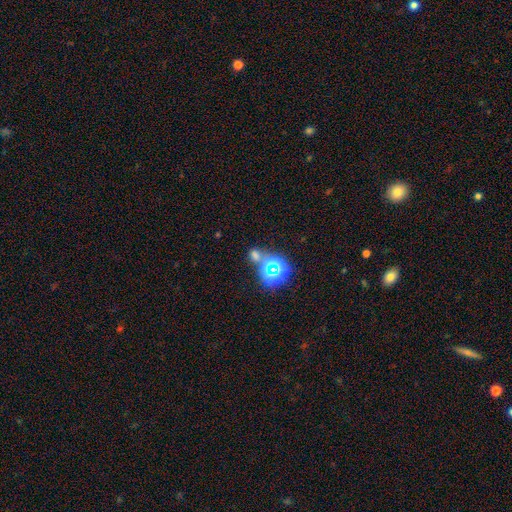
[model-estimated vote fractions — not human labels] Morphology: type=smooth (48%); merging=none (59%).